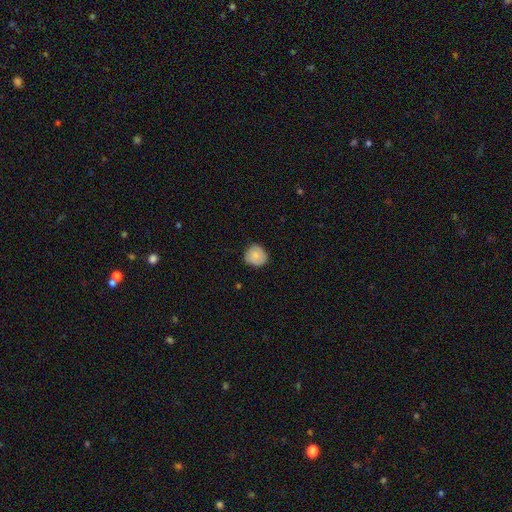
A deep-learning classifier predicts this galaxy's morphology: A smooth galaxy with no disk features (79%) that is round (88%). Merging: none (80%).